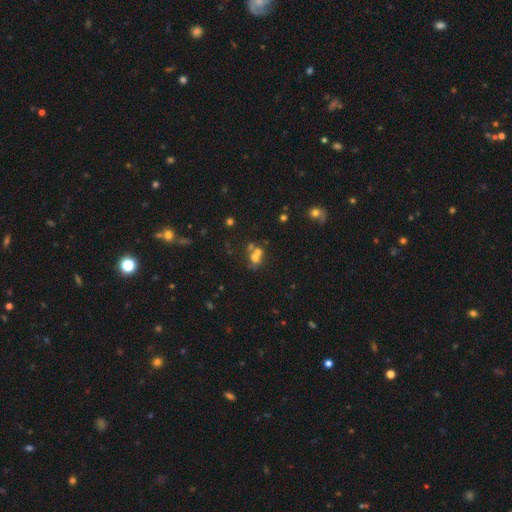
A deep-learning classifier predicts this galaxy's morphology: smooth 56%, featured or disk 22%, star or artifact 22%. Down the decision tree: how rounded — round (68%); merging — merger (54%).